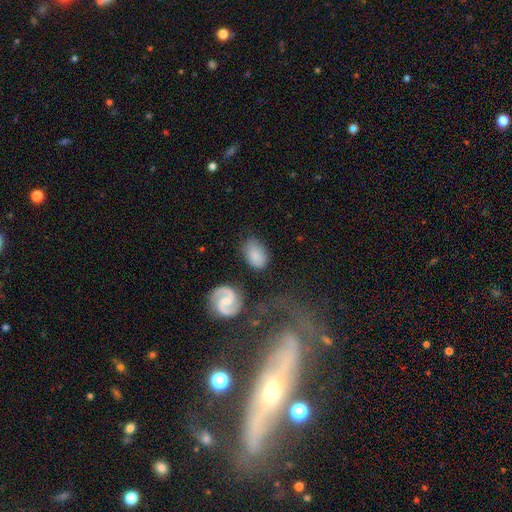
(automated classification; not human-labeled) Smooth or featured?
  - smooth: 69% *
  - featured or disk: 23%
  - star or artifact: 7%
How rounded?
  - in between: 85% *
  - round: 13%
  - cigar-shaped: 1%
Merging?
  - none: 71% *
  - minor disturbance: 18%
  - merger: 5%
  - major disturbance: 5%